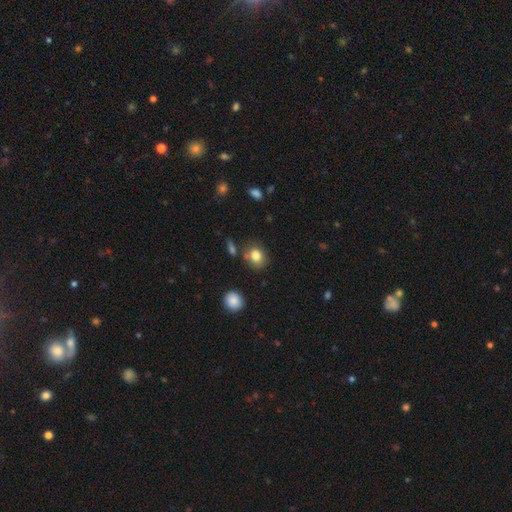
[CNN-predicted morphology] Q: Smooth or featured?
A: smooth (82%); runner-up: star or artifact (10%)
Q: How rounded?
A: round (62%); runner-up: in between (37%)
Q: Merging?
A: none (74%); runner-up: minor disturbance (14%)